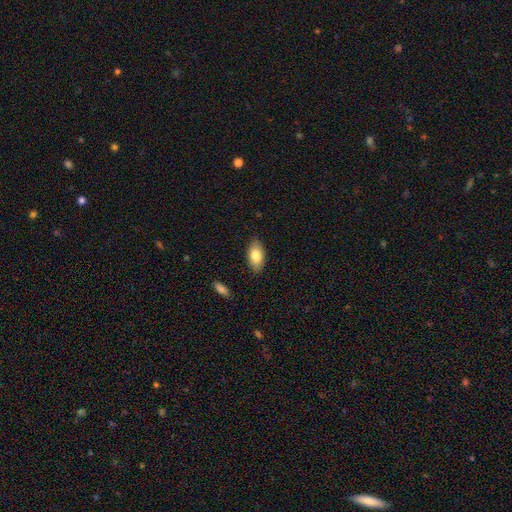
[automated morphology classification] Smooth or featured?
  - smooth: 81% *
  - featured or disk: 13%
  - star or artifact: 6%
How rounded?
  - in between: 91% *
  - cigar-shaped: 6%
  - round: 3%
Merging?
  - none: 85% *
  - minor disturbance: 12%
  - major disturbance: 2%
  - merger: 1%